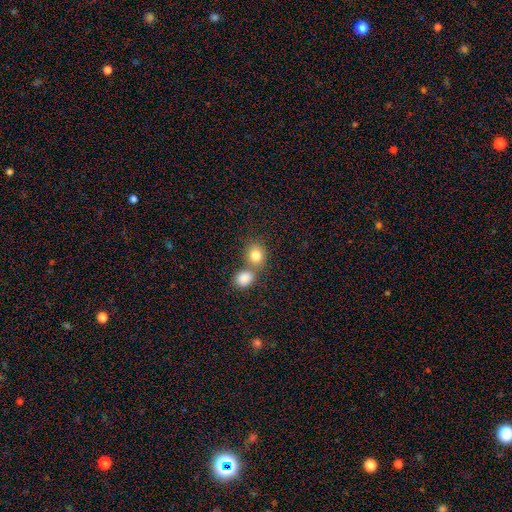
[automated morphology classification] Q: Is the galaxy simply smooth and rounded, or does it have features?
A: smooth — 82%.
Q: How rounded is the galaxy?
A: round — 69%.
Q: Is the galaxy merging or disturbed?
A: none — 46%.